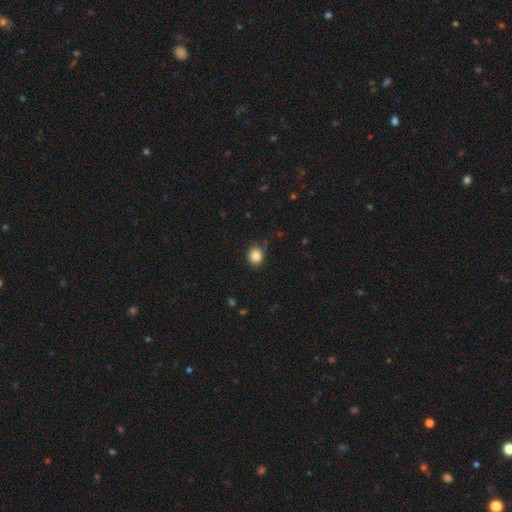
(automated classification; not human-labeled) Smooth or featured: smooth — 86% (star or artifact — 10%)
How rounded: round — 78% (in between — 22%)
Merging: none — 81% (minor disturbance — 14%)